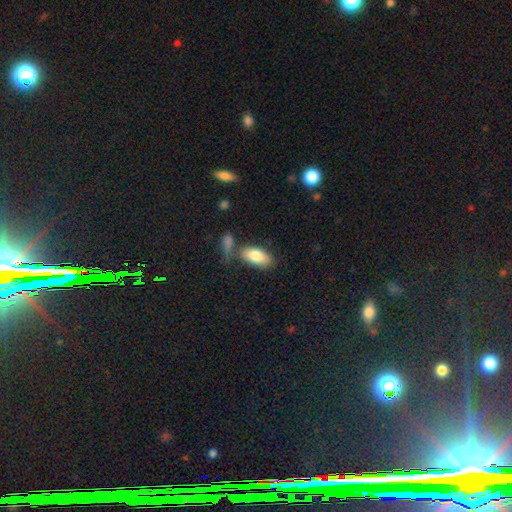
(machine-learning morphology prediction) smooth_or_featured: smooth (p=0.82) [alt: featured or disk p=0.12]
how_rounded: in between (p=0.91) [alt: cigar-shaped p=0.06]
merging: none (p=0.60) [alt: minor disturbance p=0.17]